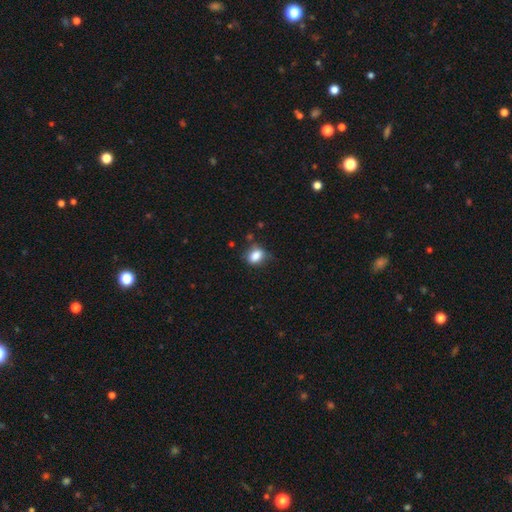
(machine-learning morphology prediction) smooth 84%, star or artifact 9%, featured or disk 6%. Down the decision tree: how rounded — in between (60%); merging — none (63%).